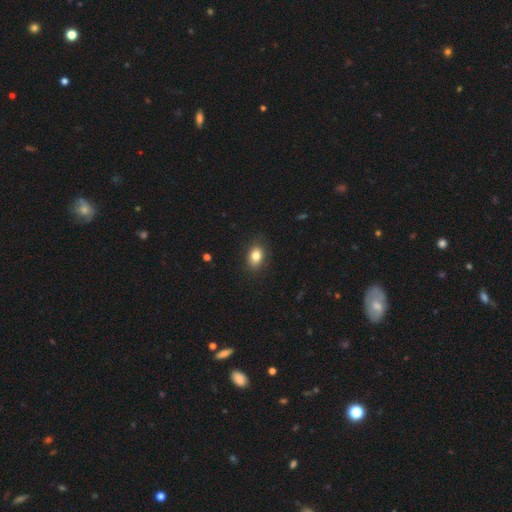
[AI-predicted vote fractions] smooth_or_featured: smooth (p=0.82) [alt: star or artifact p=0.09]
how_rounded: in between (p=0.76) [alt: round p=0.22]
merging: none (p=0.85) [alt: minor disturbance p=0.11]